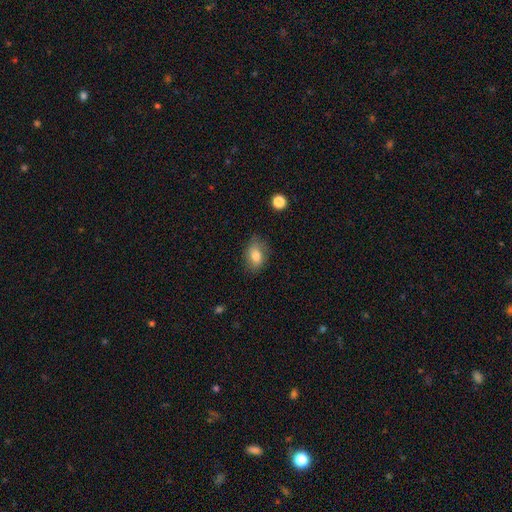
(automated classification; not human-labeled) smooth-or-featured: smooth: 79% | featured or disk: 13% | star or artifact: 9%
  how-rounded: in between: 81% | round: 17% | cigar-shaped: 2%
  merging: none: 73% | minor disturbance: 20% | major disturbance: 5% | merger: 2%